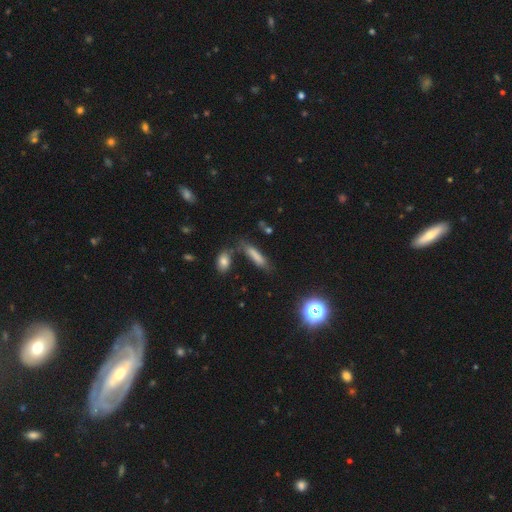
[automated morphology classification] This appears to be a smooth galaxy with no disk features (74%) that is cigar-shaped (74%). Merging: none (61%).